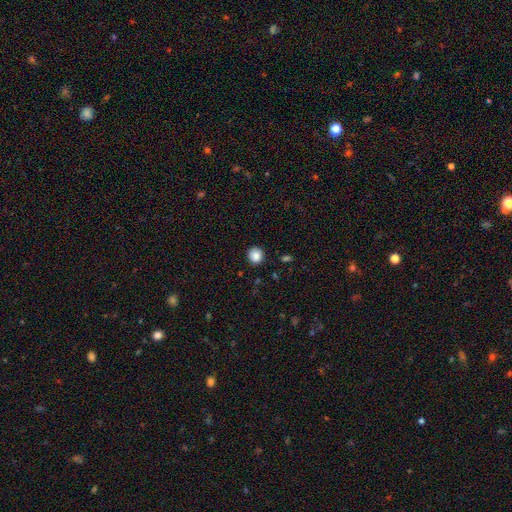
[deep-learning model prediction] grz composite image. It shows a smooth galaxy with no disk features (86%) that is round (91%). Merging: none (90%).